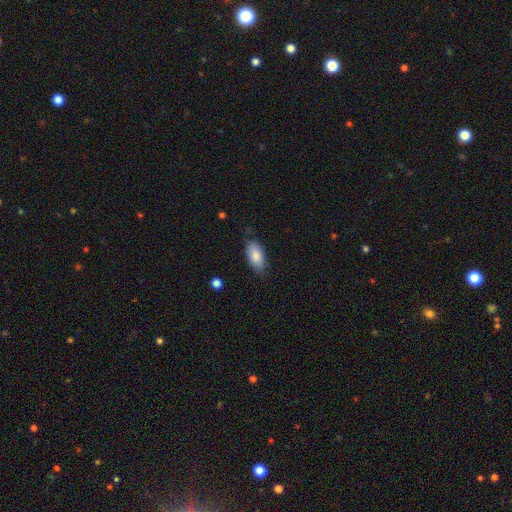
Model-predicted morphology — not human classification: Smooth or featured: smooth — 83% (featured or disk — 10%)
How rounded: in between — 91% (cigar-shaped — 6%)
Merging: none — 75% (minor disturbance — 20%)